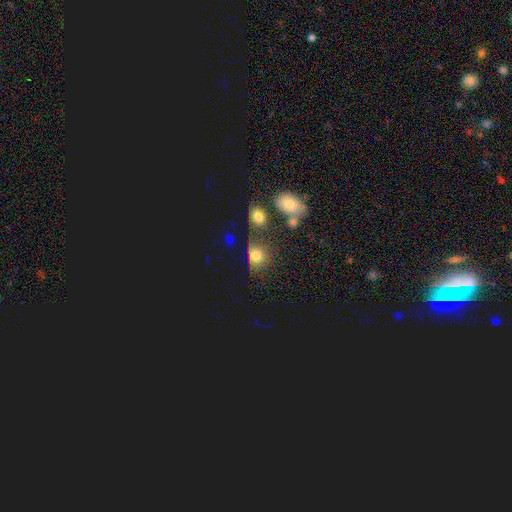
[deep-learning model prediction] Smooth or featured?
  - smooth: 71% *
  - star or artifact: 16%
  - featured or disk: 13%
How rounded?
  - round: 61% *
  - in between: 37%
  - cigar-shaped: 2%
Merging?
  - none: 44% *
  - minor disturbance: 25%
  - major disturbance: 17%
  - merger: 14%